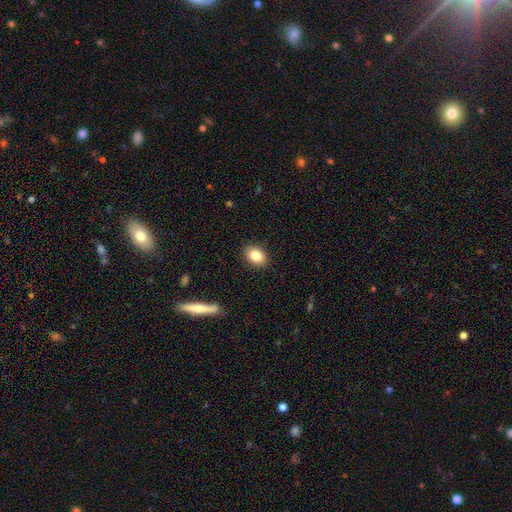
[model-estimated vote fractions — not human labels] This appears to be a smooth galaxy with no disk features (84%) that is in between round and cigar-shaped (71%). Merging: none (89%).